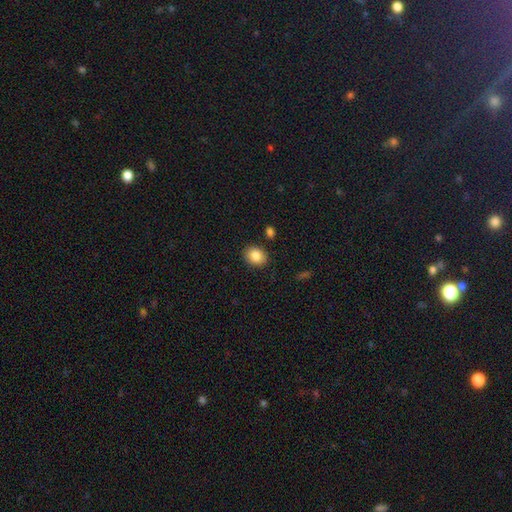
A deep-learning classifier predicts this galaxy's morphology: smooth-or-featured: smooth: 86% | star or artifact: 8% | featured or disk: 6%
  how-rounded: in between: 56% | round: 43% | cigar-shaped: 1%
  merging: none: 87% | minor disturbance: 8% | merger: 2% | major disturbance: 2%